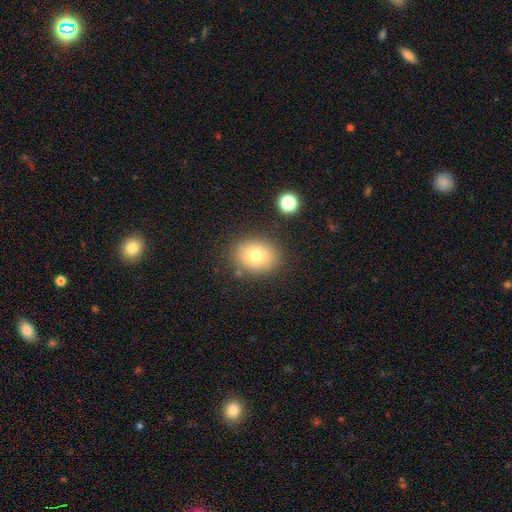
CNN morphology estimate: smooth_or_featured: smooth (p=0.78) [alt: featured or disk p=0.12]
how_rounded: in between (p=0.57) [alt: round p=0.42]
merging: none (p=0.83) [alt: minor disturbance p=0.11]